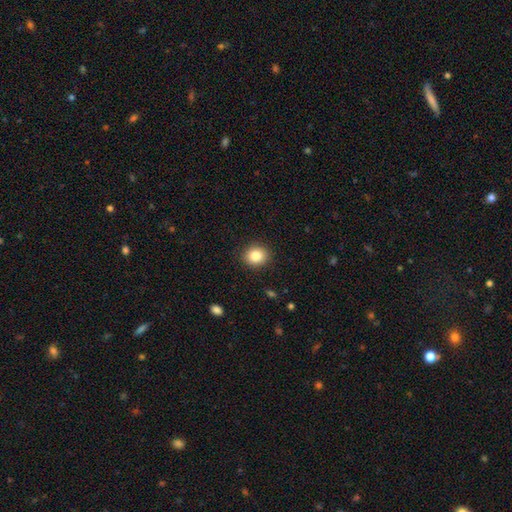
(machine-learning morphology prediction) Smooth or featured? smooth (85%)
How rounded? round (75%)
Merging? none (90%)